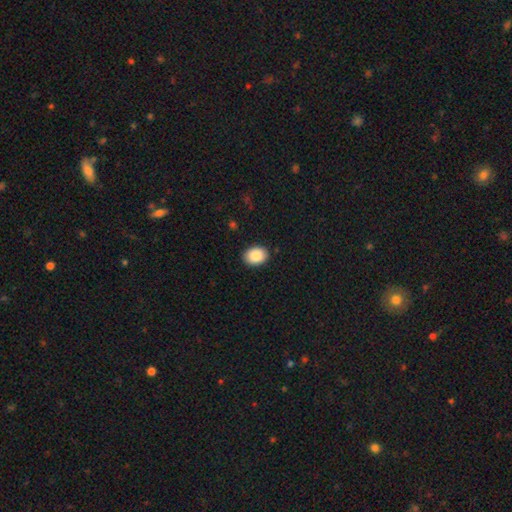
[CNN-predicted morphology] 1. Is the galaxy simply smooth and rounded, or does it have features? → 89% smooth, 7% star or artifact, 4% featured or disk.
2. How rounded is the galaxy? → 70% in between, 29% round, 1% cigar-shaped.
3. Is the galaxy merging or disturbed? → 90% none, 7% minor disturbance, 2% major disturbance, 1% merger.